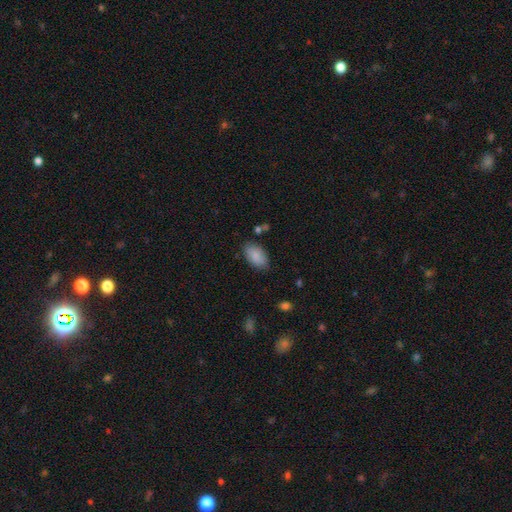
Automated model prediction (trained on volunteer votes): Smooth or featured?
  - smooth: 88% *
  - star or artifact: 7%
  - featured or disk: 6%
How rounded?
  - in between: 94% *
  - round: 4%
  - cigar-shaped: 2%
Merging?
  - none: 81% *
  - minor disturbance: 14%
  - major disturbance: 3%
  - merger: 2%